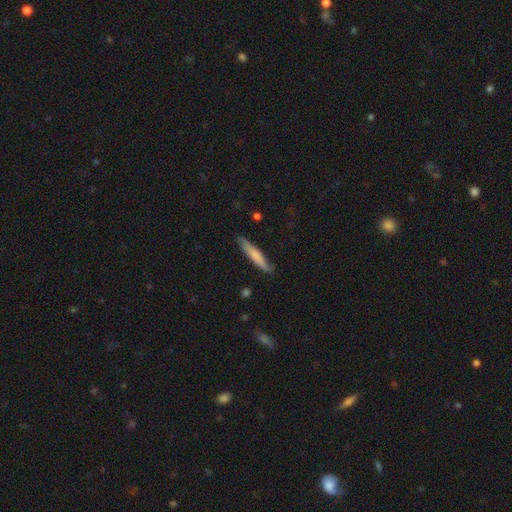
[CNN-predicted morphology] A smooth galaxy with no disk features (72%) that is cigar-shaped (92%).

Vote fractions:
- Smooth or featured? smooth: 72% / featured or disk: 23% / star or artifact: 5%
- How rounded? cigar-shaped: 92% / in between: 7% / round: 1%
- Merging? none: 83% / minor disturbance: 14% / major disturbance: 2% / merger: 1%